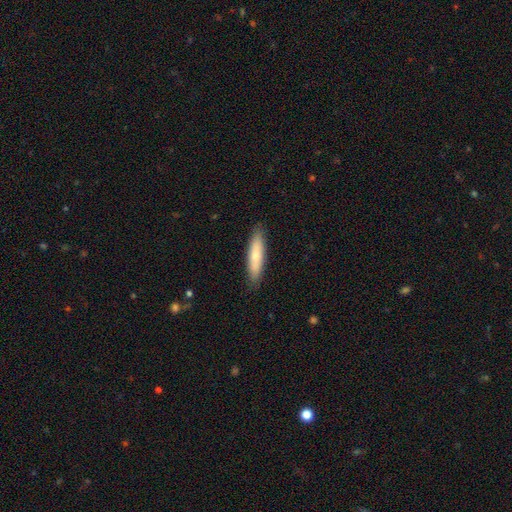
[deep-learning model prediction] A smooth galaxy with no disk features (73%) that is cigar-shaped (80%). Merging: none (88%).